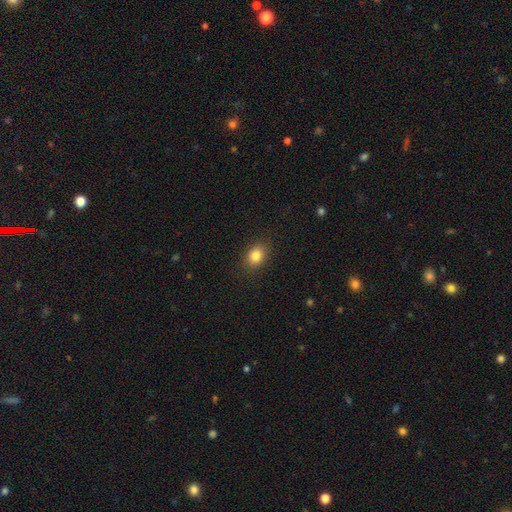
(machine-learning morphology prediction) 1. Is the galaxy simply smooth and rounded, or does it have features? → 84% smooth, 10% star or artifact, 6% featured or disk.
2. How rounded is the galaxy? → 58% in between, 41% round, 1% cigar-shaped.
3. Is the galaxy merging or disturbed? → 87% none, 9% minor disturbance, 3% major disturbance, 1% merger.